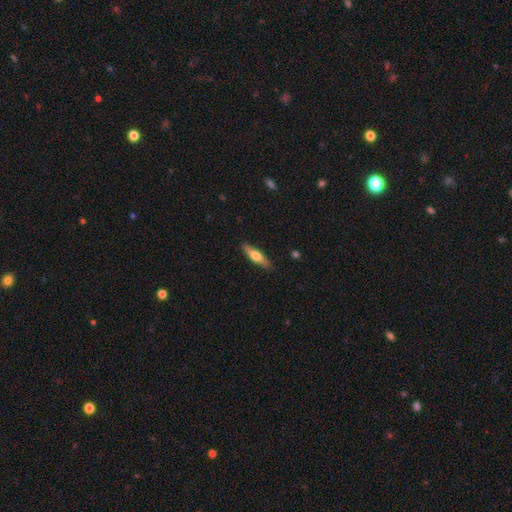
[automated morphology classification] Smooth or featured?
  - smooth: 52% *
  - featured or disk: 43%
  - star or artifact: 6%
How rounded?
  - cigar-shaped: 70% *
  - in between: 28%
  - round: 2%
Merging?
  - none: 88% *
  - minor disturbance: 9%
  - major disturbance: 2%
  - merger: 1%